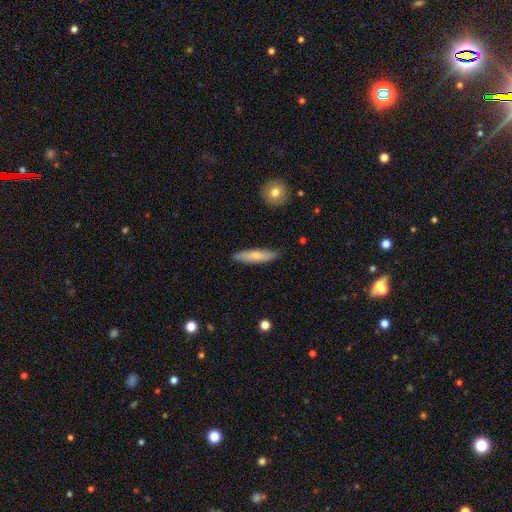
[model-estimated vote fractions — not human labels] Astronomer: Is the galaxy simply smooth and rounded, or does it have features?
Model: smooth — 72%.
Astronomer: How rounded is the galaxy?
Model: cigar-shaped — 74%.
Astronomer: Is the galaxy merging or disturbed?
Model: none — 85%.